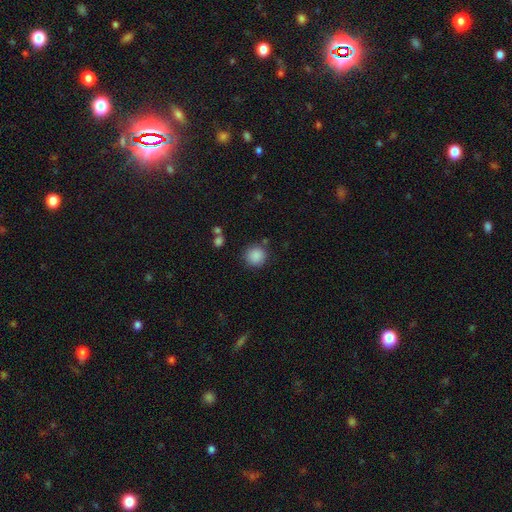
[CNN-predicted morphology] Smooth or featured? Predicted: smooth (p=0.87). How rounded? Predicted: round (p=0.92). Merging? Predicted: none (p=0.83).